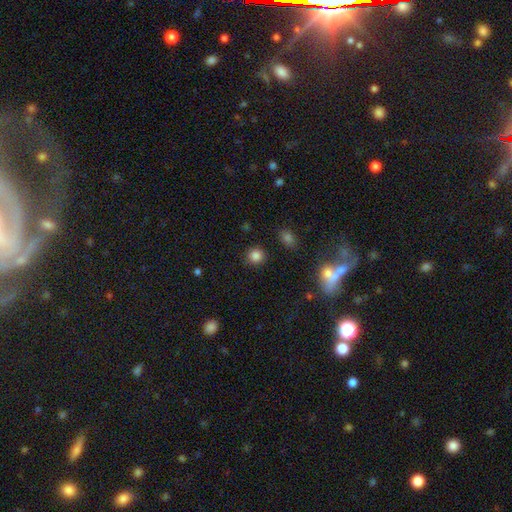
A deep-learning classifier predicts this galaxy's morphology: This appears to be a smooth galaxy with no disk features (84%) that is round (90%). Merging: none (89%).